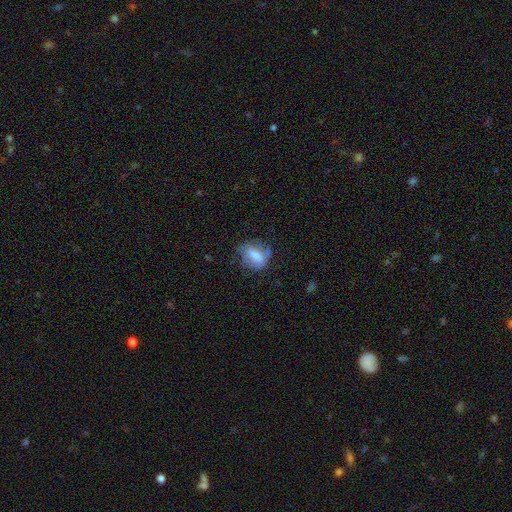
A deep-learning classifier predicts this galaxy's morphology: This appears to be a smooth galaxy with no disk features (62%) that is in between round and cigar-shaped (72%). Merging: none (47%).